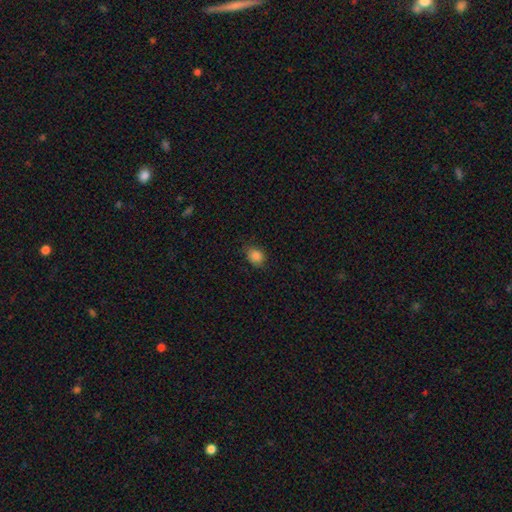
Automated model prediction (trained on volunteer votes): smooth-or-featured: smooth: 85% | star or artifact: 10% | featured or disk: 4%
  how-rounded: in between: 50% | round: 49% | cigar-shaped: 1%
  merging: none: 76% | minor disturbance: 19% | major disturbance: 4% | merger: 1%